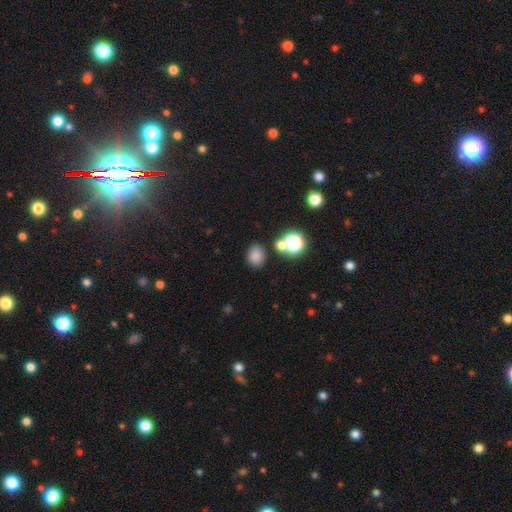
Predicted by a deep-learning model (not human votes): A smooth galaxy with no disk features (78%) that is round (53%). Merging: none (77%).